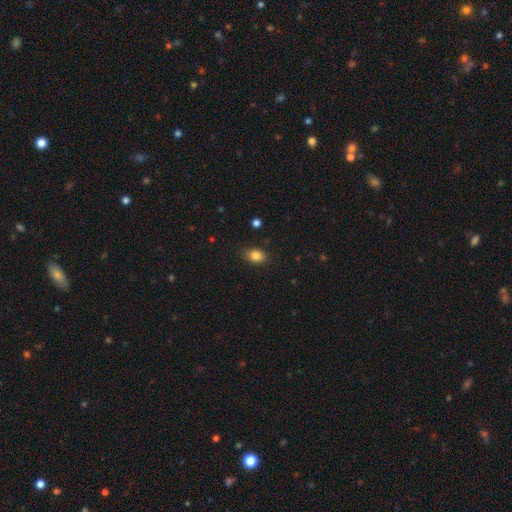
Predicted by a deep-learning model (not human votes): smooth-or-featured: smooth: 84% | star or artifact: 10% | featured or disk: 6%
  how-rounded: in between: 70% | round: 29% | cigar-shaped: 1%
  merging: none: 85% | minor disturbance: 12% | major disturbance: 3% | merger: 1%